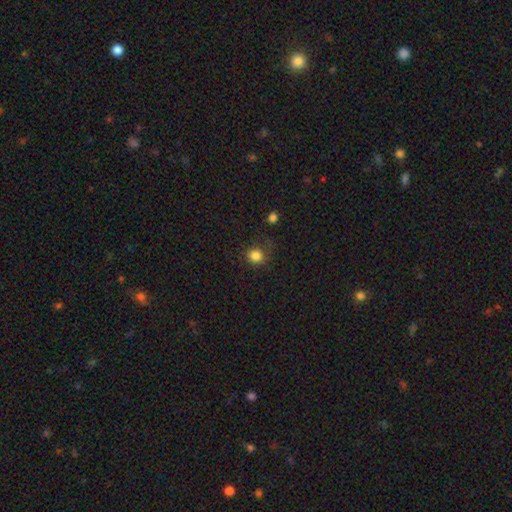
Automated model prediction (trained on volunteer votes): smooth-or-featured: smooth: 83% | star or artifact: 12% | featured or disk: 5%
  how-rounded: round: 81% | in between: 18% | cigar-shaped: 1%
  merging: none: 76% | minor disturbance: 16% | major disturbance: 7% | merger: 2%